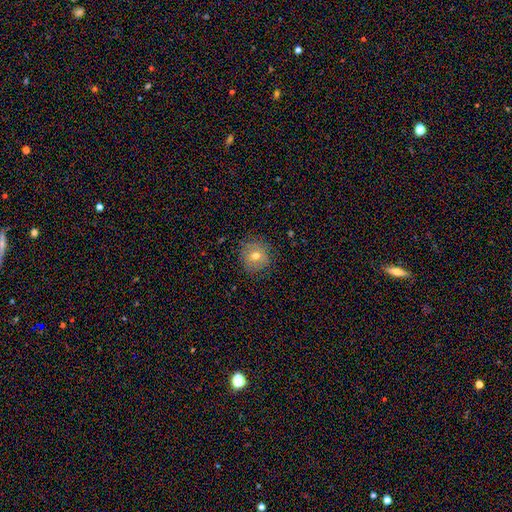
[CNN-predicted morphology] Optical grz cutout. It shows a smooth galaxy with no disk features (68%) that is round (91%). Merging: none (83%).